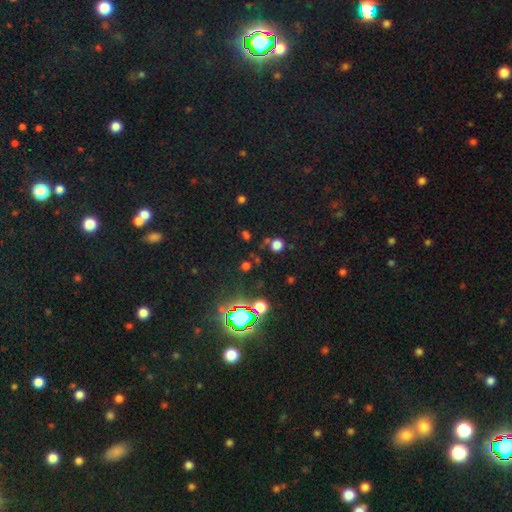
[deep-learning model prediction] A star or artifact, not a galaxy (78%).